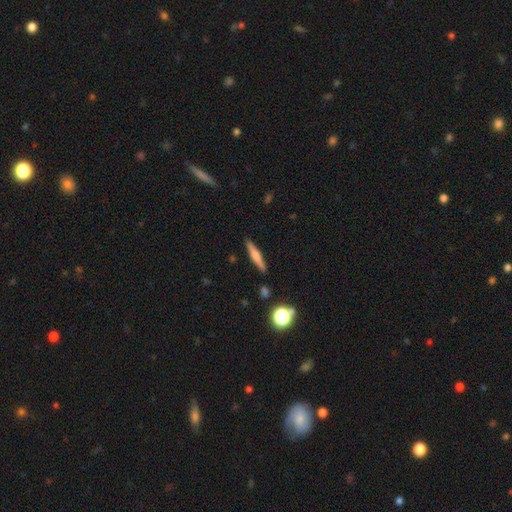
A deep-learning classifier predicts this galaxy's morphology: Q: Smooth or featured?
A: smooth (51%); runner-up: featured or disk (41%)
Q: How rounded?
A: cigar-shaped (89%); runner-up: in between (8%)
Q: Merging?
A: none (89%); runner-up: minor disturbance (7%)